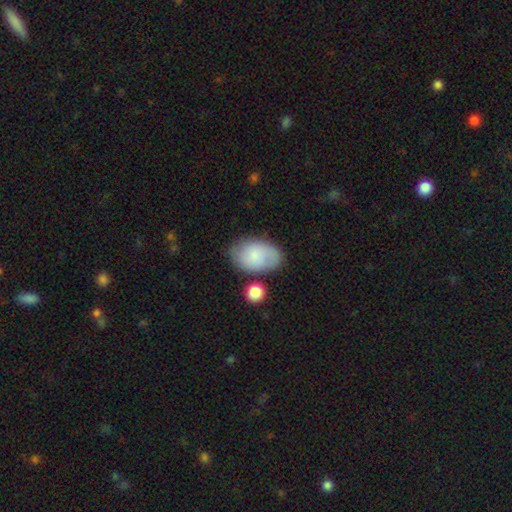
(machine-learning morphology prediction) Overall: smooth (77%). How rounded: in between (90%). Merging: none (67%).